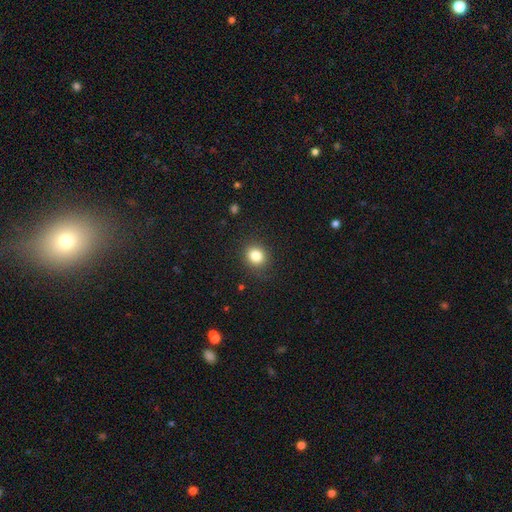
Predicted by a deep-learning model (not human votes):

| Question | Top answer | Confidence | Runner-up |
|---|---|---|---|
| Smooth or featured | smooth | 83% | star or artifact (11%) |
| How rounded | round | 81% | in between (19%) |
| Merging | none | 88% | minor disturbance (8%) |